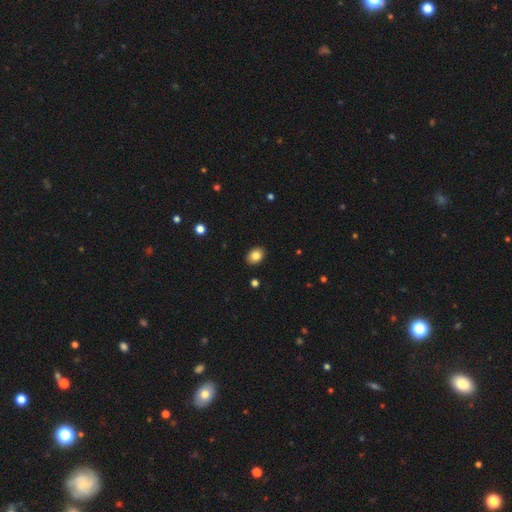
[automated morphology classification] Smooth or featured?
  - smooth: 84% *
  - star or artifact: 9%
  - featured or disk: 8%
How rounded?
  - in between: 72% *
  - round: 27%
  - cigar-shaped: 1%
Merging?
  - none: 90% *
  - minor disturbance: 7%
  - major disturbance: 2%
  - merger: 1%